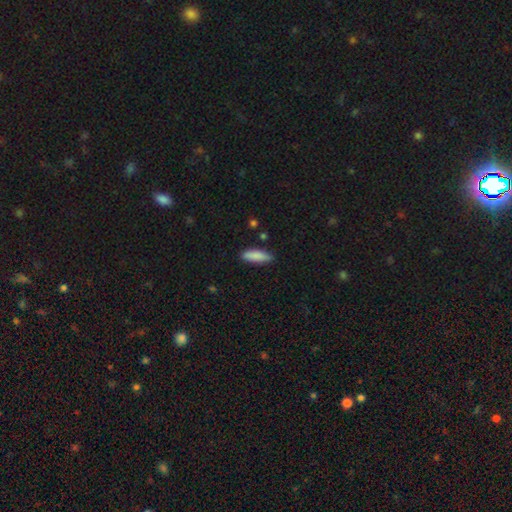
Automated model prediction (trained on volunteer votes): smooth-or-featured: smooth: 87% | featured or disk: 7% | star or artifact: 6%
  how-rounded: cigar-shaped: 53% | in between: 46% | round: 2%
  merging: none: 81% | minor disturbance: 14% | major disturbance: 2% | merger: 2%